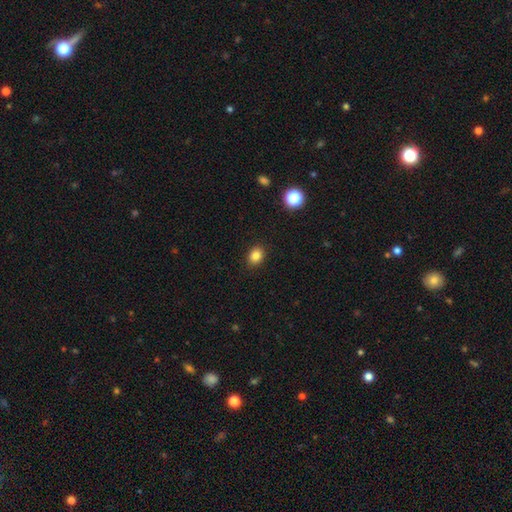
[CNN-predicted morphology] This is clearly a smooth galaxy (84%). How rounded: possibly in between (53%). Merging: clearly none (90%).